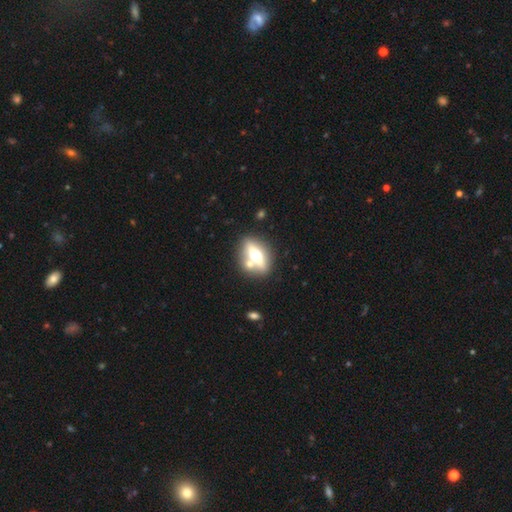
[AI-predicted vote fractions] featured or disk 51%, smooth 40%, star or artifact 8%. Down the decision tree: edge-on disk — yes (67%); merging — none (66%).